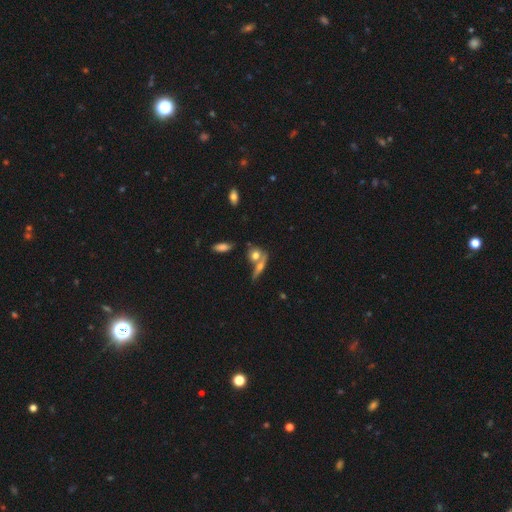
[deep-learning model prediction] Overall: smooth (57%; featured or disk 32%). How rounded: round (45%; in between 37%). Merging: none (47%; merger 38%).